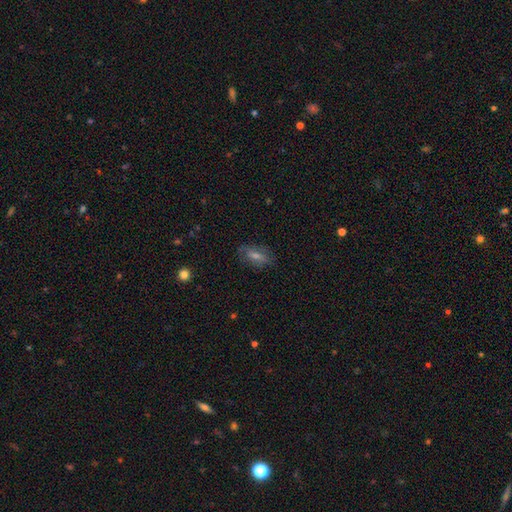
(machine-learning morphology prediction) This is possibly a smooth galaxy (45%). Merging: clearly none (81%).